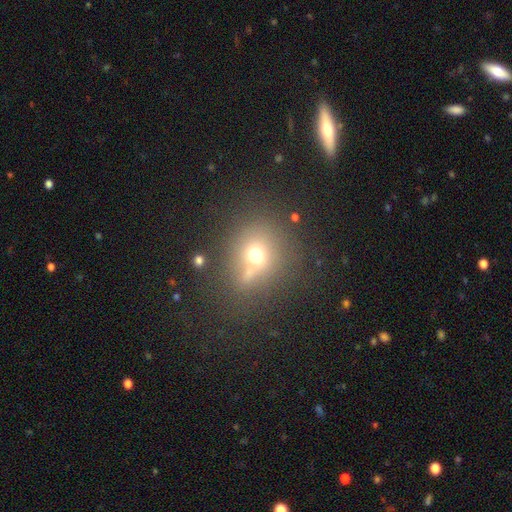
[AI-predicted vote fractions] A smooth galaxy with no disk features (64%) that is round (80%).

Vote fractions:
- Smooth or featured? smooth: 64% / star or artifact: 20% / featured or disk: 16%
- How rounded? round: 80% / in between: 18% / cigar-shaped: 1%
- Merging? none: 64% / minor disturbance: 14% / merger: 14% / major disturbance: 8%